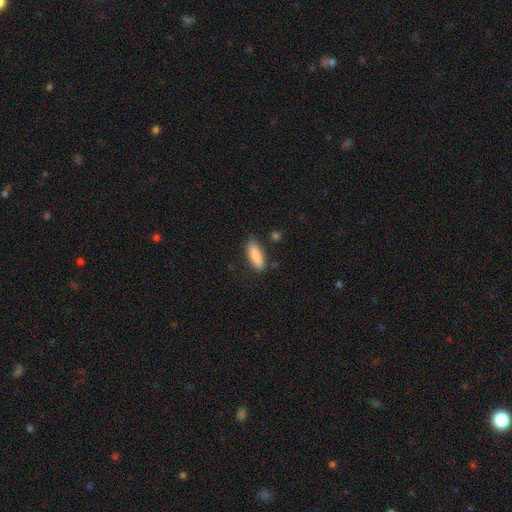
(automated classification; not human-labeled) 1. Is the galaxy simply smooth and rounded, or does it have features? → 87% smooth, 7% featured or disk, 6% star or artifact.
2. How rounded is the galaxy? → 58% in between, 40% cigar-shaped, 2% round.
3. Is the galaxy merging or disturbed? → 82% none, 13% minor disturbance, 3% major disturbance, 2% merger.